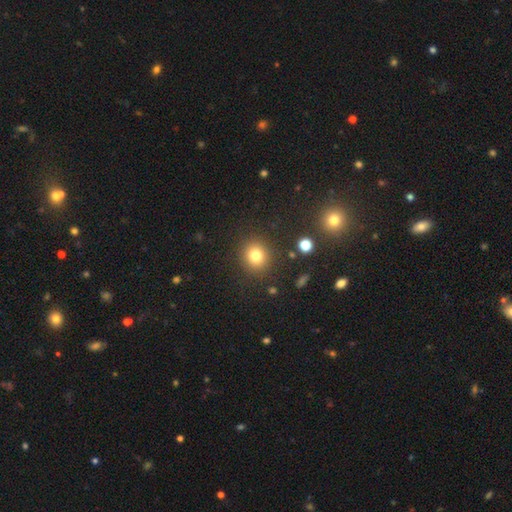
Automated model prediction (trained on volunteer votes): The model was most divided on "smooth or featured": smooth: 78%, star or artifact: 14%, featured or disk: 8%. More confident: merging — none (88%); how rounded — round (87%).